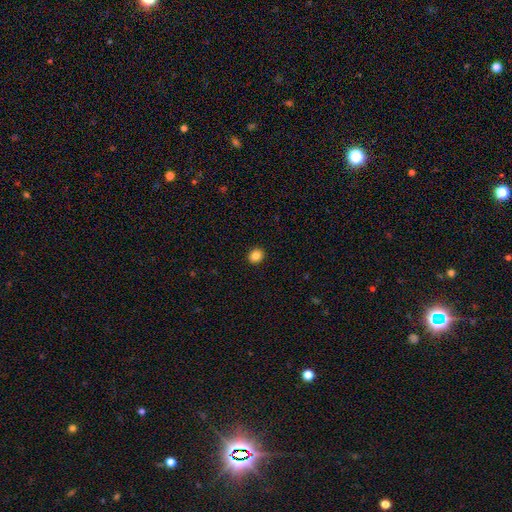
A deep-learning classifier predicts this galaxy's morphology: The model was most divided on "how rounded": round: 77%, in between: 22%, cigar-shaped: 1%. More confident: merging — none (92%); smooth or featured — smooth (85%).